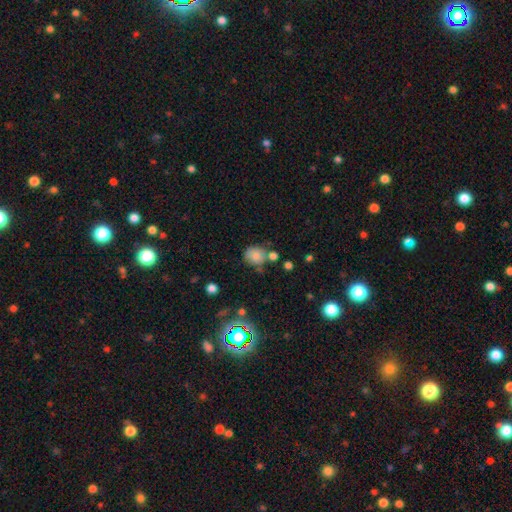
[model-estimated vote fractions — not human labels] Smooth or featured: smooth — 77% (star or artifact — 13%)
How rounded: round — 71% (in between — 28%)
Merging: none — 53% (minor disturbance — 21%)